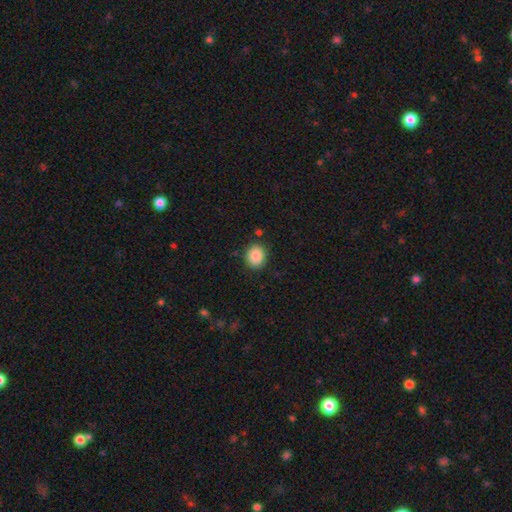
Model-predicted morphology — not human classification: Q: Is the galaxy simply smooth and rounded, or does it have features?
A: smooth — 88%.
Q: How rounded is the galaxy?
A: round — 64%.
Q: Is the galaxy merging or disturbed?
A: none — 86%.